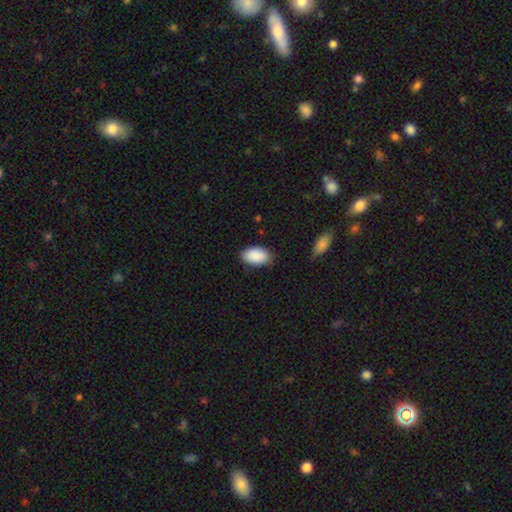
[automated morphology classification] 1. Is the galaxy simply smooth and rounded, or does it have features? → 90% smooth, 6% star or artifact, 4% featured or disk.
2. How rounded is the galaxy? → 94% in between, 5% round, 1% cigar-shaped.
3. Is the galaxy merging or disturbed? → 80% none, 16% minor disturbance, 3% major disturbance, 1% merger.